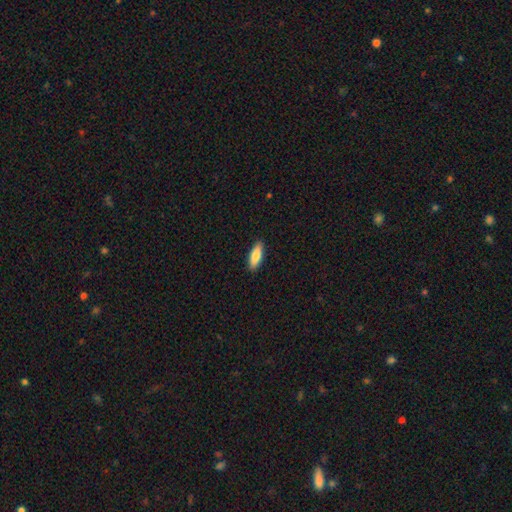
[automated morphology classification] Smooth or featured? smooth (82%)
How rounded? in between (59%)
Merging? none (90%)